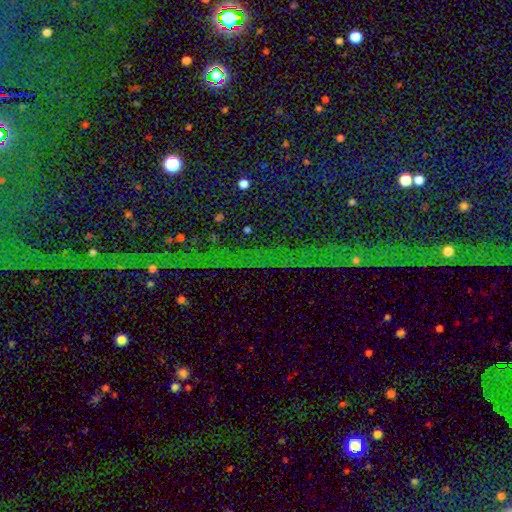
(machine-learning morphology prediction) Q: Smooth or featured?
A: star or artifact (80%); runner-up: featured or disk (10%)